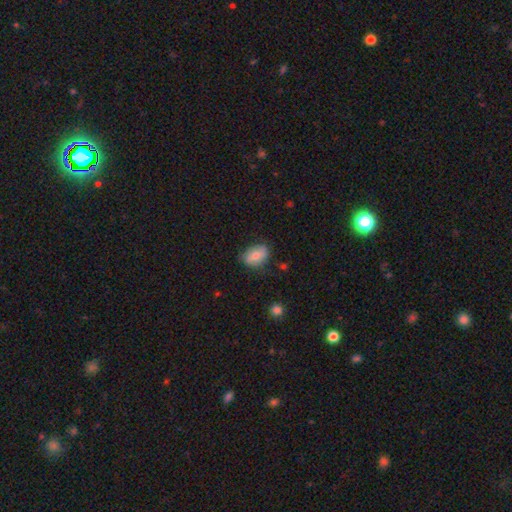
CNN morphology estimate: smooth_or_featured: smooth (p=0.72) [alt: featured or disk p=0.20]
how_rounded: in between (p=0.80) [alt: round p=0.19]
merging: none (p=0.72) [alt: minor disturbance p=0.23]